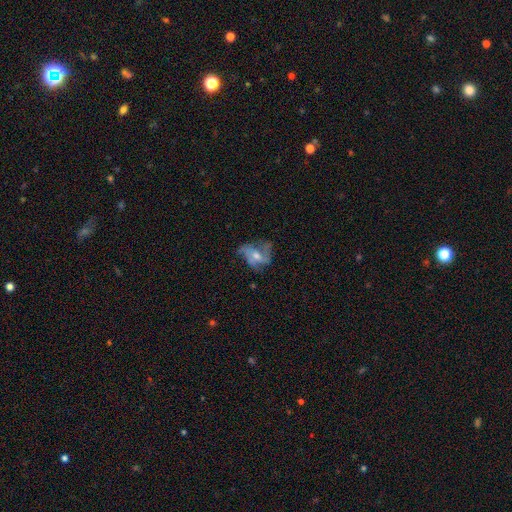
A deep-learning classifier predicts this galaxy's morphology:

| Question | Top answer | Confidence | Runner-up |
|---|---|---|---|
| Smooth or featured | featured or disk | 64% | smooth (25%) |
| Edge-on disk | no | 95% | yes (5%) |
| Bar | no | 57% | weak (30%) |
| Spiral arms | yes | 66% | no (34%) |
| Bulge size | moderate | 57% | small (33%) |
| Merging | none | 46% | major disturbance (28%) |